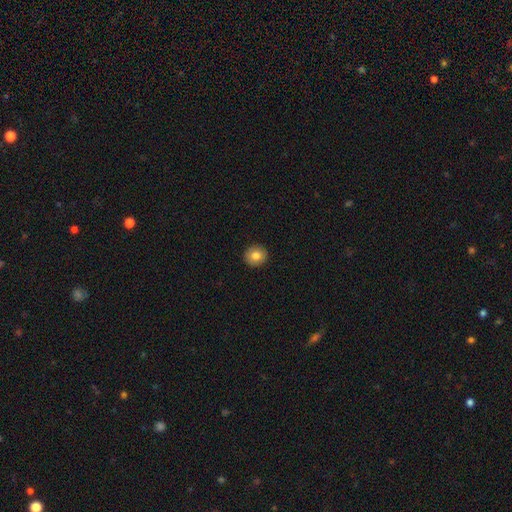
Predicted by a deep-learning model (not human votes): This is clearly a smooth galaxy (82%). How rounded: clearly round (90%). Merging: clearly none (93%).